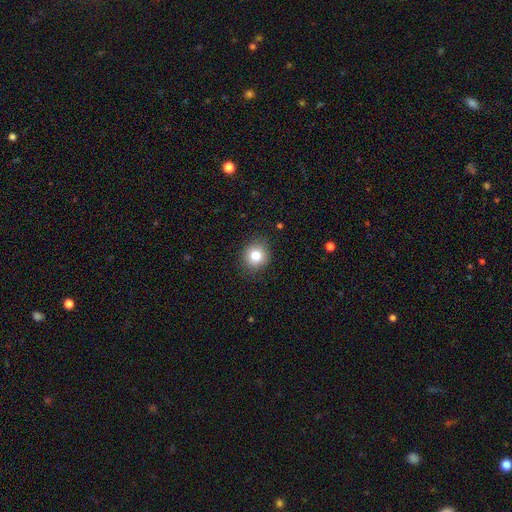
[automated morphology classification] Overall: smooth (80%). How rounded: round (88%). Merging: none (88%).